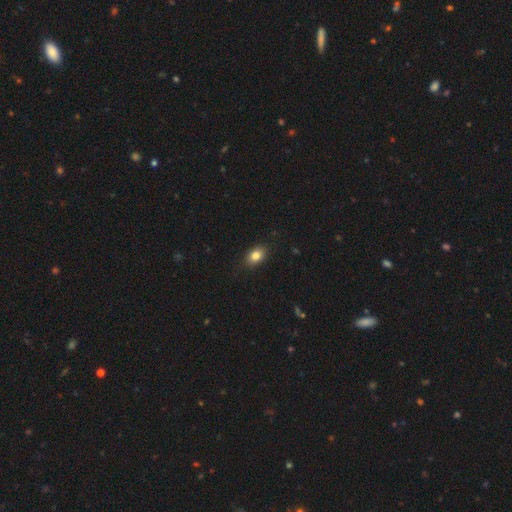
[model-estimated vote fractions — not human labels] smooth 83%, star or artifact 10%, featured or disk 8%. Down the decision tree: how rounded — in between (78%); merging — none (87%).